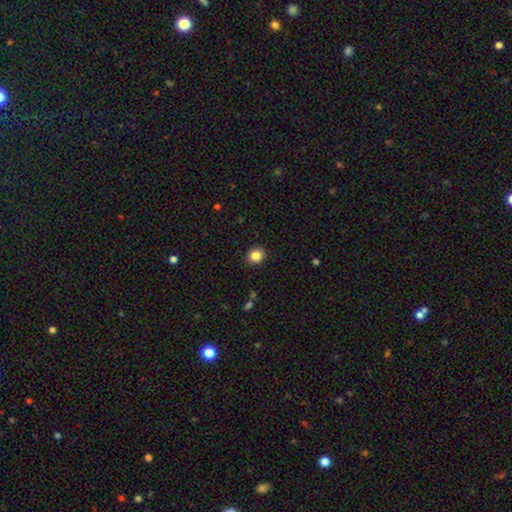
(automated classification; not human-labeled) Q: Smooth or featured?
A: smooth (85%); runner-up: star or artifact (10%)
Q: How rounded?
A: round (80%); runner-up: in between (19%)
Q: Merging?
A: none (91%); runner-up: minor disturbance (6%)